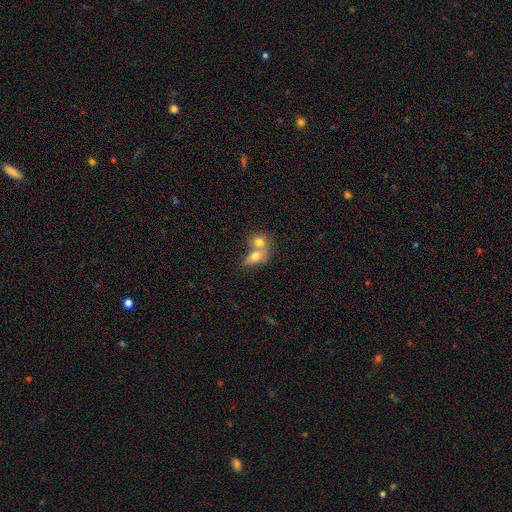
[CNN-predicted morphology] Smooth or featured? Predicted: smooth (p=0.73). How rounded? Predicted: in between (p=0.64). Merging? Predicted: merger (p=0.70).